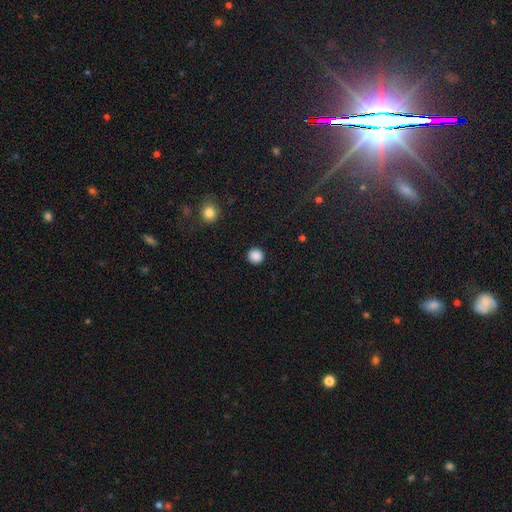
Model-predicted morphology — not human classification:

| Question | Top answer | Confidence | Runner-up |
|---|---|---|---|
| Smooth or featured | smooth | 88% | star or artifact (10%) |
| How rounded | round | 94% | in between (5%) |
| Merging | none | 92% | minor disturbance (5%) |